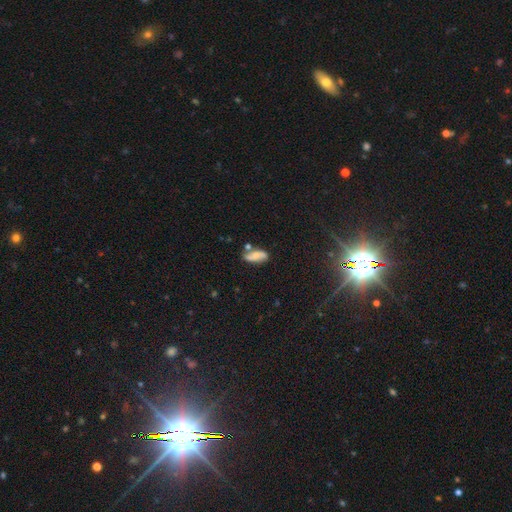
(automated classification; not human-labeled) Morphology: type=smooth (53%); roundness=in between (82%); merging=none (59%).